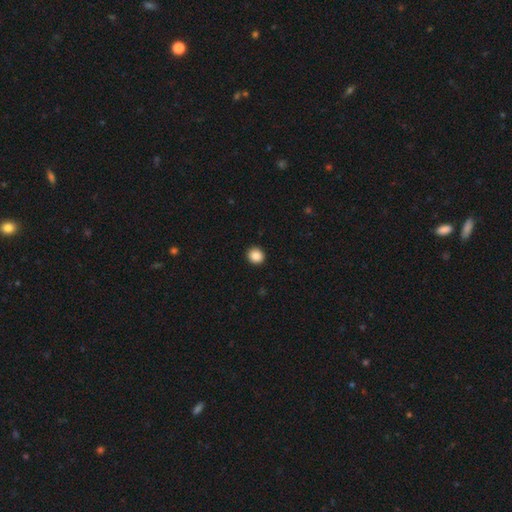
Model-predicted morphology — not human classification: A smooth galaxy with no disk features (88%) that is round (87%). Merging: none (93%).